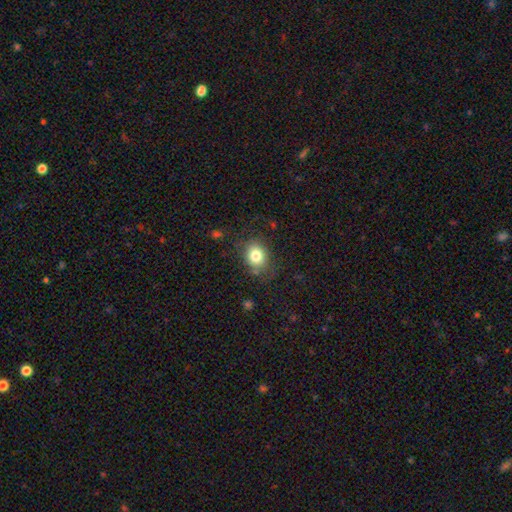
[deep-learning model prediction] smooth 80%, star or artifact 11%, featured or disk 9%. Down the decision tree: how rounded — round (60%); merging — none (77%).